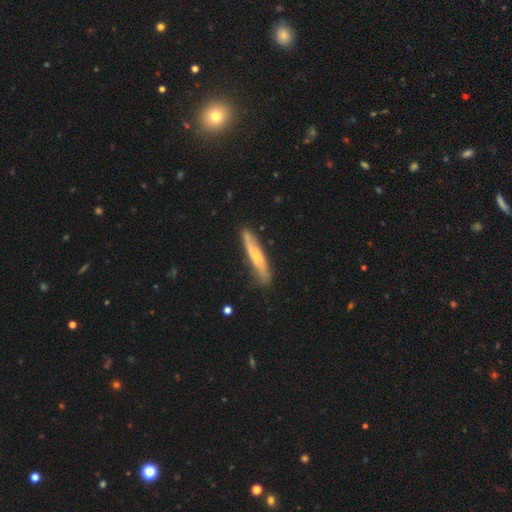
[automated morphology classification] A smooth galaxy with no disk features (49%). Merging: none (81%).